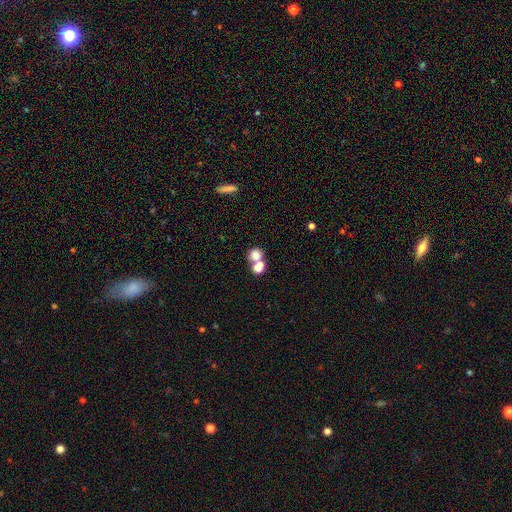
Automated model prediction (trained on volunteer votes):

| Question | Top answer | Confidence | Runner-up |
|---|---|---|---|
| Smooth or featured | smooth | 74% | star or artifact (13%) |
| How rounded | round | 71% | in between (27%) |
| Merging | merger | 53% | none (37%) |